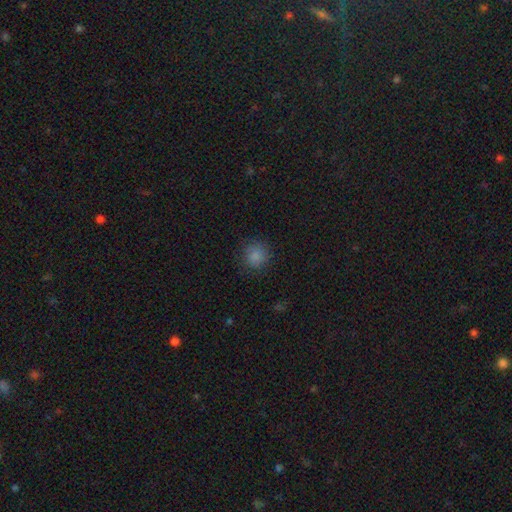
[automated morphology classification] Smooth or featured: smooth — 85% (star or artifact — 11%)
How rounded: round — 91% (in between — 9%)
Merging: none — 84% (minor disturbance — 11%)